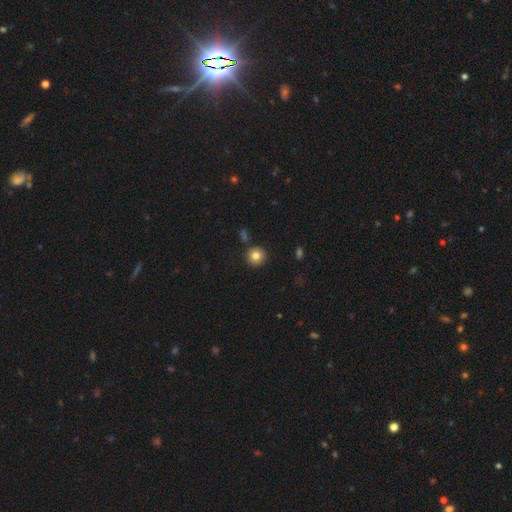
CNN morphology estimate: Smooth or featured: smooth — 81% (star or artifact — 11%)
How rounded: round — 94% (in between — 5%)
Merging: none — 88% (minor disturbance — 6%)